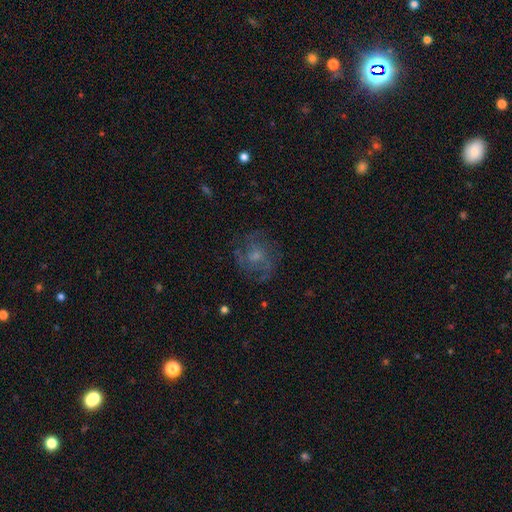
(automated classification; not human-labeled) Overall: featured or disk (58%; smooth 30%). Edge-on disk: no (97%). Bar: no (73%). Spiral arms: yes (69%; no 31%). Bulge size: small (47%; moderate 35%). Merging: none (68%).